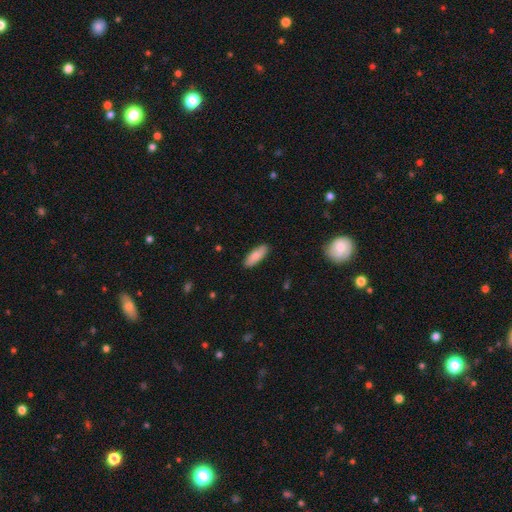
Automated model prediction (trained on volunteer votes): Q: Smooth or featured?
A: smooth (84%); runner-up: featured or disk (10%)
Q: How rounded?
A: in between (65%); runner-up: cigar-shaped (33%)
Q: Merging?
A: none (88%); runner-up: minor disturbance (9%)